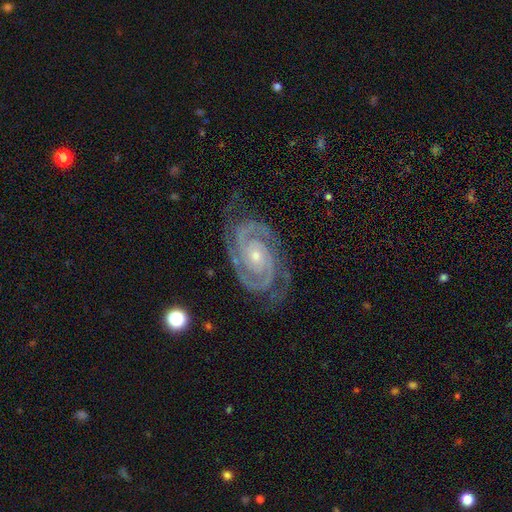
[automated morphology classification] smooth_or_featured: featured or disk (p=0.93) [alt: star or artifact p=0.04]
disk_edge_on: no (p=0.98) [alt: yes p=0.02]
bar: no (p=0.71) [alt: weak p=0.20]
has_spiral_arms: yes (p=0.99) [alt: no p=0.01]
spiral_winding: tight (p=0.74) [alt: medium p=0.23]
spiral_arm_count: 2 (p=0.85) [alt: 3 p=0.07]
bulge_size: small (p=0.66) [alt: moderate p=0.31]
merging: none (p=0.77) [alt: minor disturbance p=0.16]